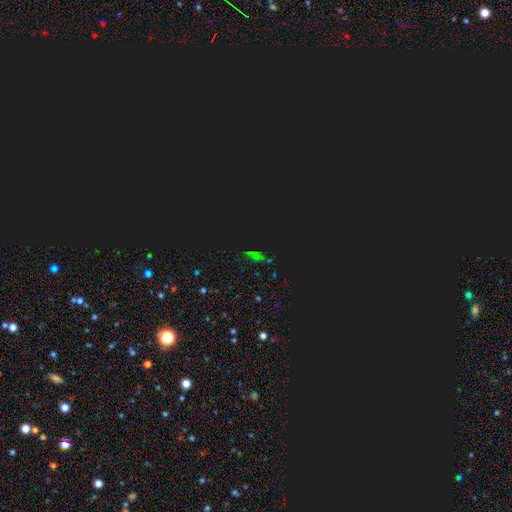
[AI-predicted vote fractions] star or artifact 69%, smooth 19%, featured or disk 11%.